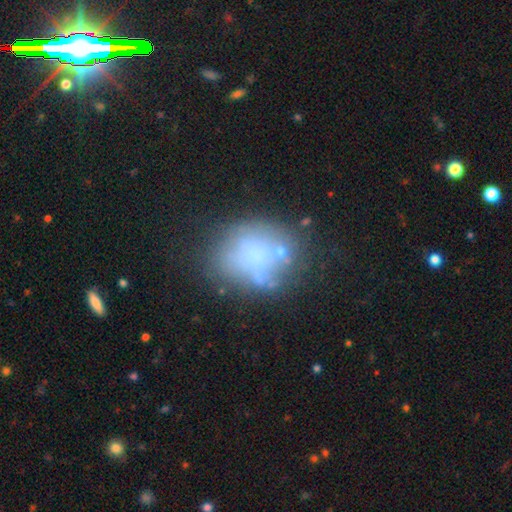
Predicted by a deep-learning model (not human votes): The model was most divided on "smooth or featured": smooth: 48%, featured or disk: 38%, star or artifact: 13%. Remaining: merging — none (46%).